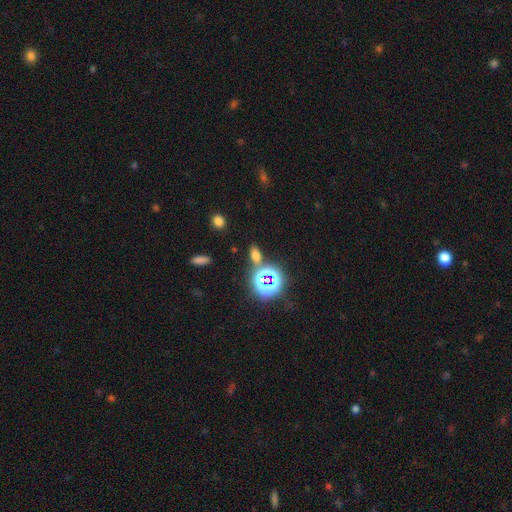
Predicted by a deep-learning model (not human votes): A smooth galaxy with no disk features (56%) that is in between round and cigar-shaped (71%). Merging: none (75%).